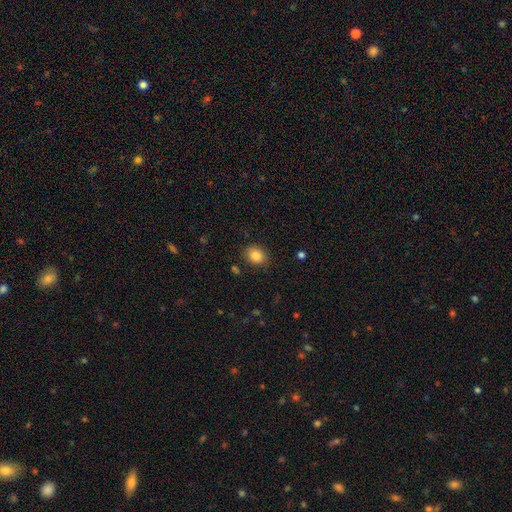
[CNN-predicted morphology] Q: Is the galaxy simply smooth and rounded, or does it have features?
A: smooth — 85%.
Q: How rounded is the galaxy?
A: in between — 55%.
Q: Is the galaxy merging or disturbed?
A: none — 85%.